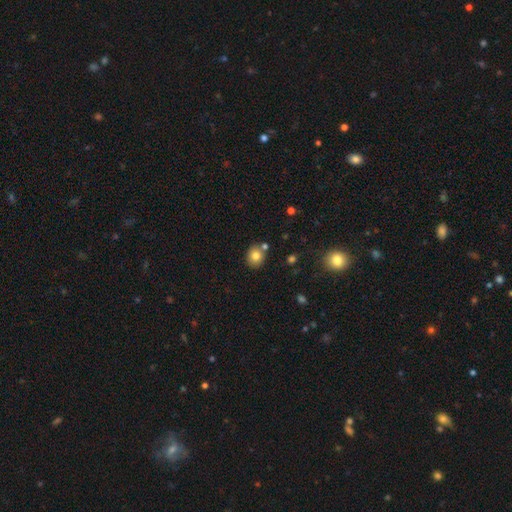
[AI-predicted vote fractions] Smooth or featured? smooth (79%)
How rounded? round (69%)
Merging? none (72%)